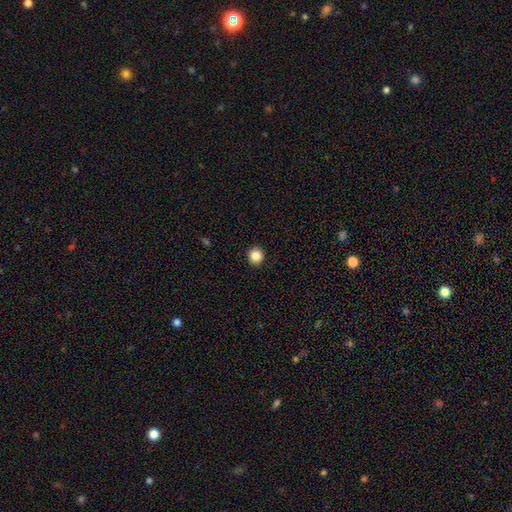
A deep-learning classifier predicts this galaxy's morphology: Q: Smooth or featured?
A: smooth (86%); runner-up: star or artifact (10%)
Q: How rounded?
A: round (93%); runner-up: in between (7%)
Q: Merging?
A: none (92%); runner-up: minor disturbance (5%)